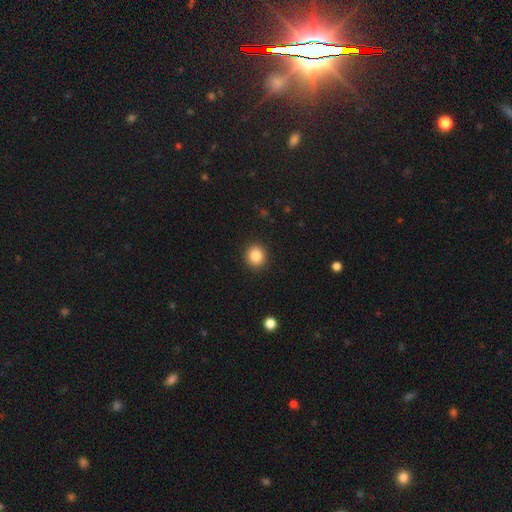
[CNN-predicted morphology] Smooth or featured?
  - smooth: 85% *
  - star or artifact: 10%
  - featured or disk: 5%
How rounded?
  - round: 89% *
  - in between: 10%
  - cigar-shaped: 1%
Merging?
  - none: 92% *
  - minor disturbance: 5%
  - major disturbance: 2%
  - merger: 1%